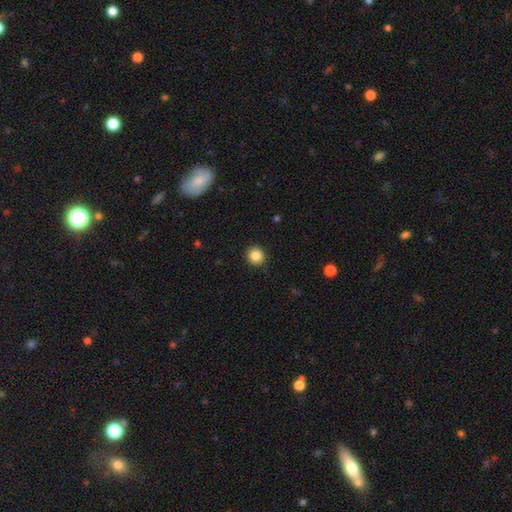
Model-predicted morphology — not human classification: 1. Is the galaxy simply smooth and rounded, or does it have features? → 85% smooth, 10% star or artifact, 5% featured or disk.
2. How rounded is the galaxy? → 90% round, 10% in between, 1% cigar-shaped.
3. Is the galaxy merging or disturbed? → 91% none, 6% minor disturbance, 2% major disturbance, 1% merger.